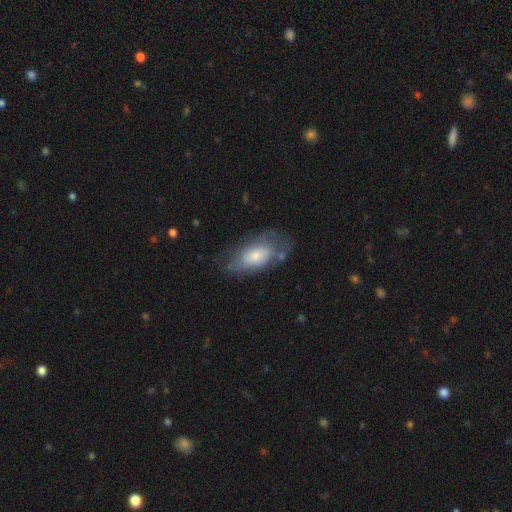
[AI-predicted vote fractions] This is possibly a smooth galaxy (57%). How rounded: clearly in between (91%). Merging: possibly none (49%).